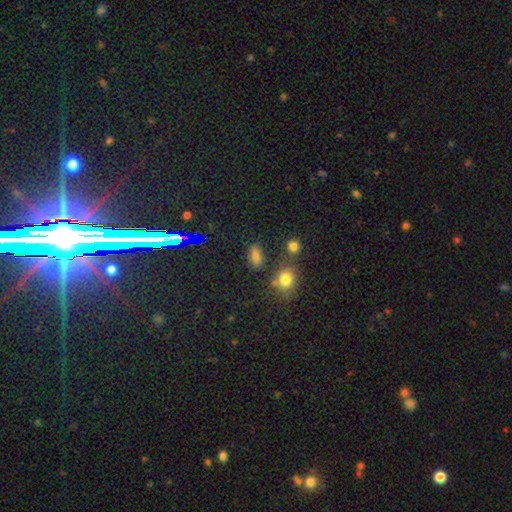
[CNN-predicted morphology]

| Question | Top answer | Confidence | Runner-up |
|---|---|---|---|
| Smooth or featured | smooth | 64% | star or artifact (28%) |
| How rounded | in between | 74% | round (18%) |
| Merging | none | 75% | minor disturbance (13%) |